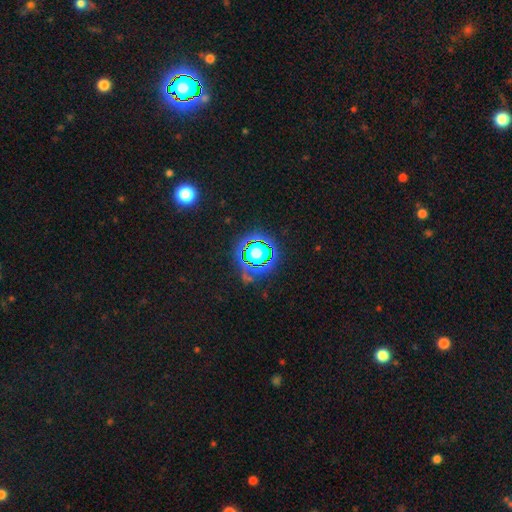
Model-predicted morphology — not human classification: Smooth or featured: star or artifact — 81% (smooth — 11%)